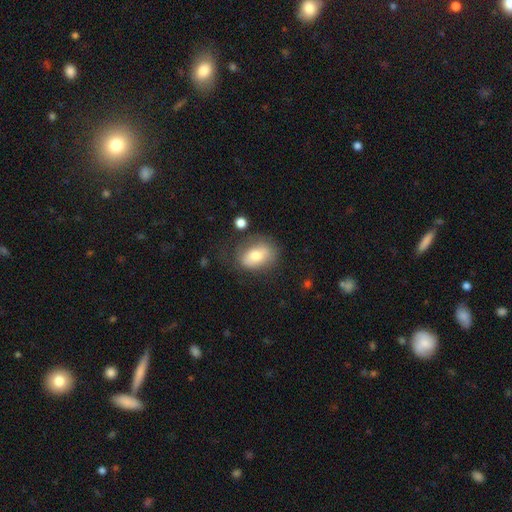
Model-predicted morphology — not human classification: Smooth or featured? smooth (70%)
How rounded? in between (73%)
Merging? none (61%)